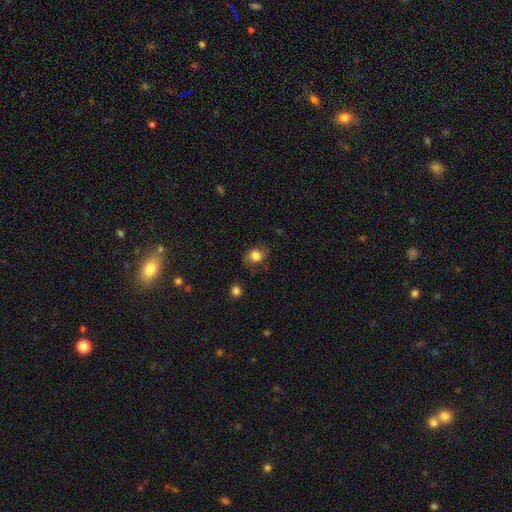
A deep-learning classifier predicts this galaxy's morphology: A smooth galaxy with no disk features (81%) that is round (64%). Merging: none (71%).